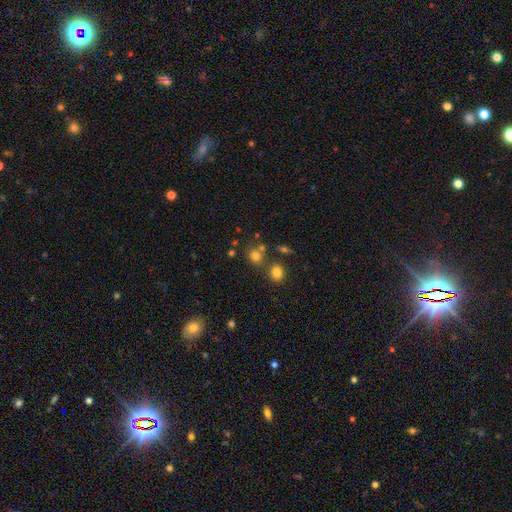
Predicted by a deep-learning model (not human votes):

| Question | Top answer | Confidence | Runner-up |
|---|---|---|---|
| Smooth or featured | smooth | 76% | star or artifact (16%) |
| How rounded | round | 78% | in between (20%) |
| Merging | none | 64% | merger (21%) |